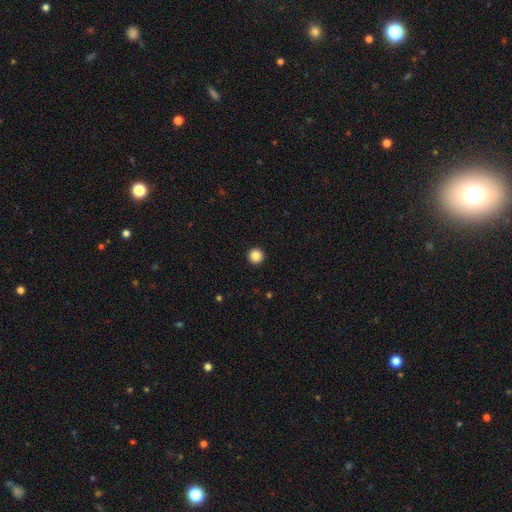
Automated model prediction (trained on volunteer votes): Morphology: type=smooth (87%); roundness=round (97%); merging=none (94%).